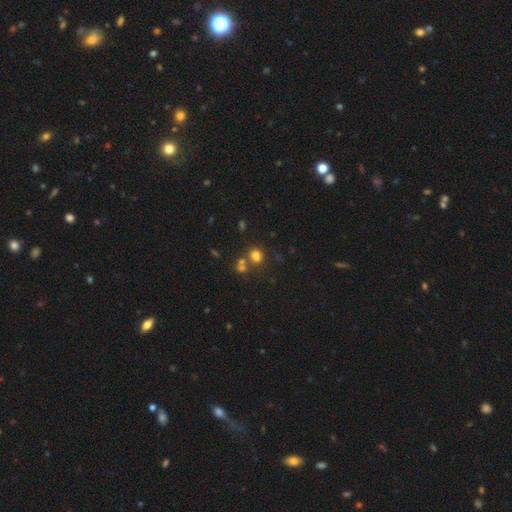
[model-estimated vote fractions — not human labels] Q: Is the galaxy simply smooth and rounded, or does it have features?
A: smooth — 72%.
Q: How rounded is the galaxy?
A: round — 73%.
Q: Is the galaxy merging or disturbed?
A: none — 61%.